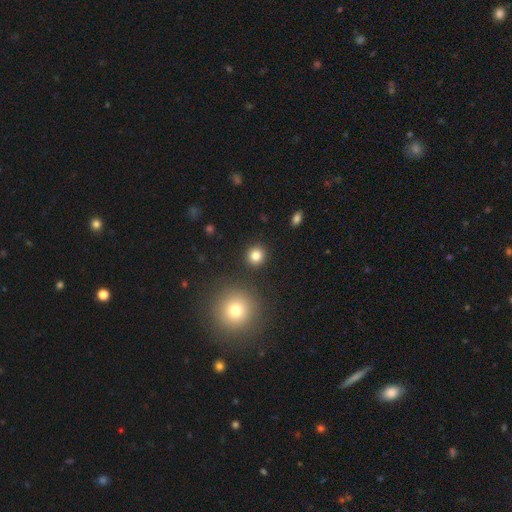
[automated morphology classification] smooth-or-featured: smooth: 82% | star or artifact: 12% | featured or disk: 6%
  how-rounded: round: 92% | in between: 7% | cigar-shaped: 1%
  merging: none: 90% | minor disturbance: 5% | merger: 2% | major disturbance: 2%